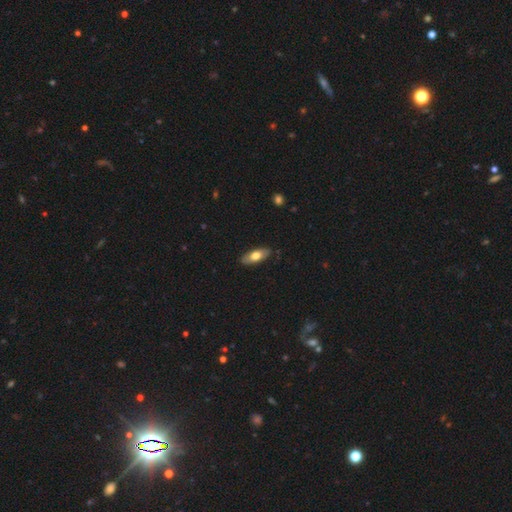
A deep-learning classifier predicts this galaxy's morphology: Overall: smooth (67%; featured or disk 28%). How rounded: in between (75%). Merging: none (86%).